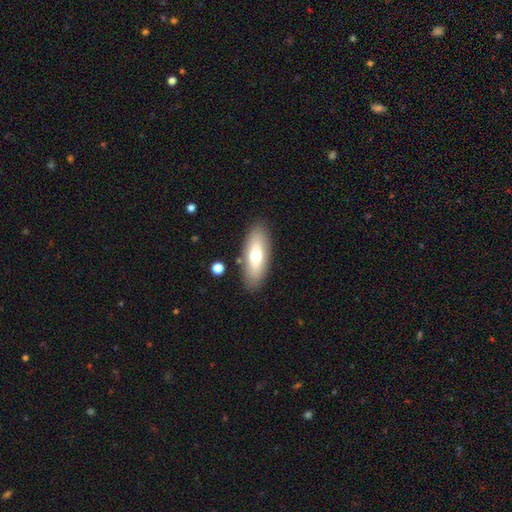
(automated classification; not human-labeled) A smooth galaxy with no disk features (62%) that is in between round and cigar-shaped (72%).

Vote fractions:
- Smooth or featured? smooth: 62% / featured or disk: 31% / star or artifact: 7%
- How rounded? in between: 72% / cigar-shaped: 25% / round: 3%
- Merging? none: 85% / minor disturbance: 10% / major disturbance: 3% / merger: 3%